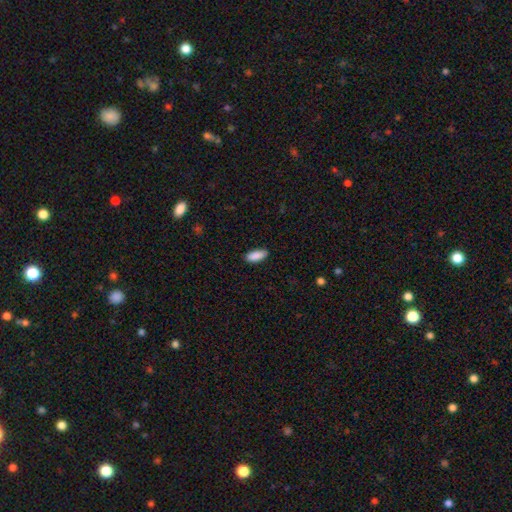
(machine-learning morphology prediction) Overall: smooth (90%). How rounded: in between (83%). Merging: none (88%).